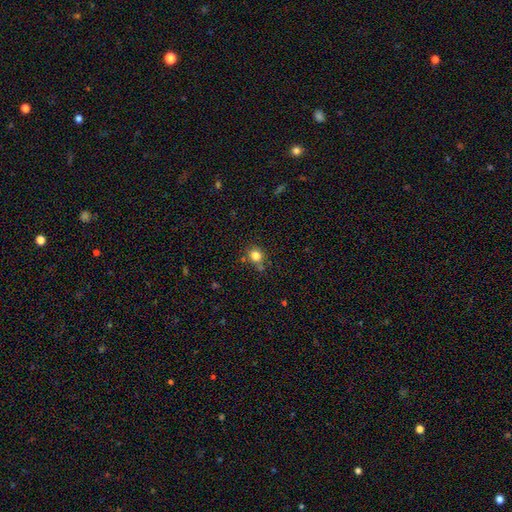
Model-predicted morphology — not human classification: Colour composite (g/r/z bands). It shows a smooth galaxy with no disk features (81%) that is round (79%). Merging: none (74%).